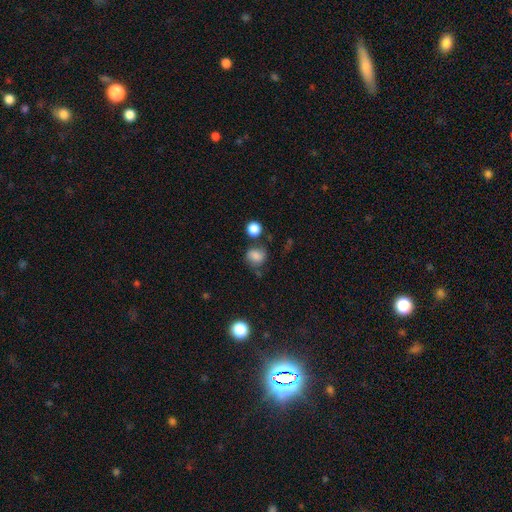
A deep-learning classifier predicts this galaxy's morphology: The model was most divided on "merging": none: 62%, minor disturbance: 20%, merger: 10%, major disturbance: 8%. More confident: smooth or featured — smooth (76%); how rounded — round (73%).